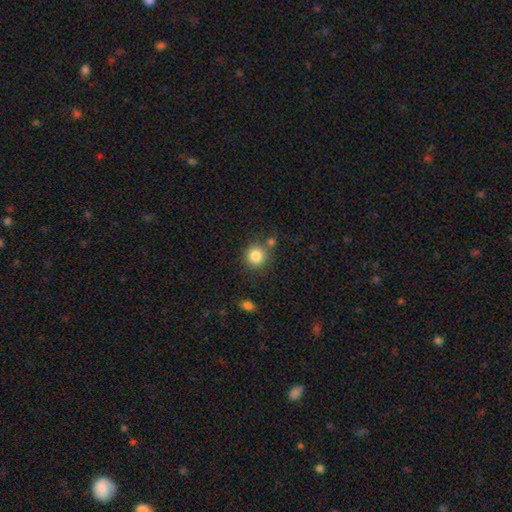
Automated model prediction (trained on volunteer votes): The model was most divided on "merging": none: 75%, merger: 12%, minor disturbance: 10%, major disturbance: 3%. More confident: how rounded — round (92%); smooth or featured — smooth (84%).